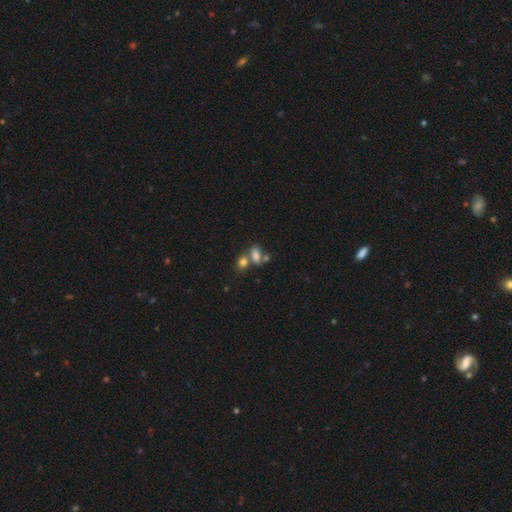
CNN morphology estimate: The model was most divided on "merging": merger: 48%, none: 35%, minor disturbance: 11%, major disturbance: 7%. More confident: how rounded — in between (81%); smooth or featured — smooth (77%).